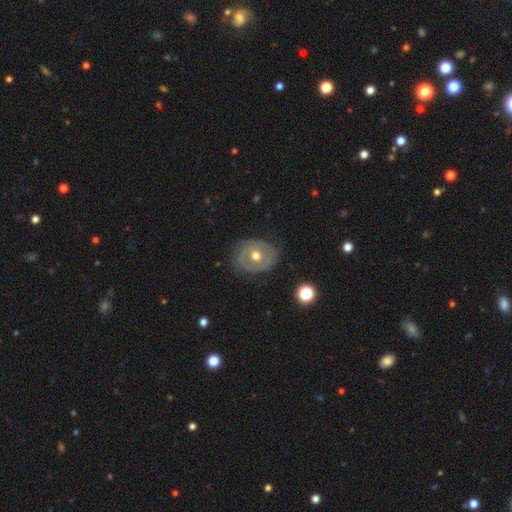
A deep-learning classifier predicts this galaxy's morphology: A featured or disk galaxy (63%) with no bar (81%), no spiral arms (51%) and a moderate central bulge (80%).

Vote fractions:
- Smooth or featured? featured or disk: 63% / smooth: 29% / star or artifact: 7%
- Edge-on disk? no: 95% / yes: 5%
- Bar? no: 81% / weak: 15% / strong: 4%
- Spiral arms? no: 51% / yes: 49%
- Bulge size? moderate: 80% / small: 13% / large: 5% / dominant: 1% / none: 1%
- Merging? none: 74% / minor disturbance: 18% / major disturbance: 6% / merger: 1%